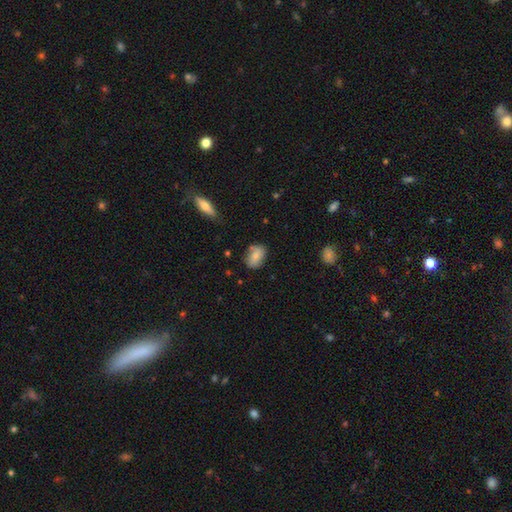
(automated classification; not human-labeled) This appears to be a smooth galaxy with no disk features (74%) that is in between round and cigar-shaped (83%). Merging: none (72%).